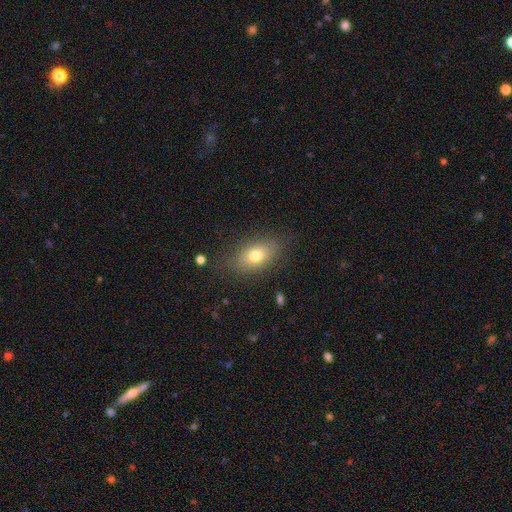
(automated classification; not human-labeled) Morphology: type=smooth (74%); roundness=in between (85%); merging=none (81%).